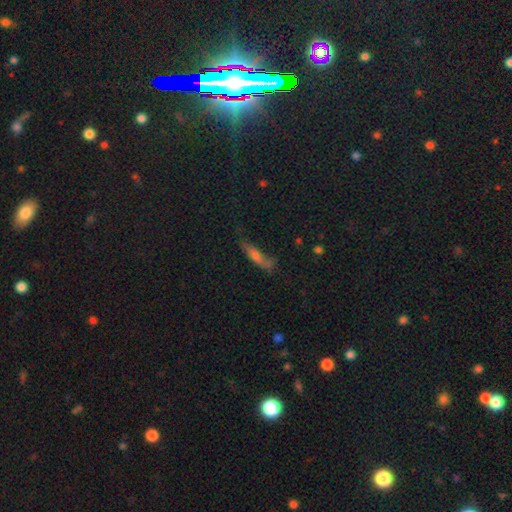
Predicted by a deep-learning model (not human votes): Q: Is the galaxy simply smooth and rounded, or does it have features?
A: smooth — 58%.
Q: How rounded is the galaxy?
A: cigar-shaped — 75%.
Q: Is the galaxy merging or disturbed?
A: none — 57%.